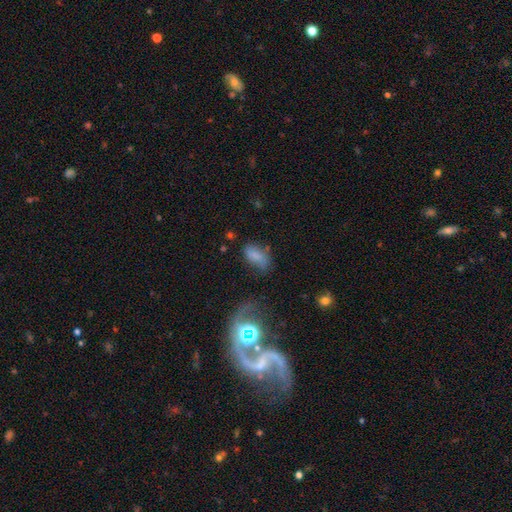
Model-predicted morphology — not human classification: smooth 76%, star or artifact 12%, featured or disk 12%. Down the decision tree: how rounded — in between (90%); merging — none (54%).